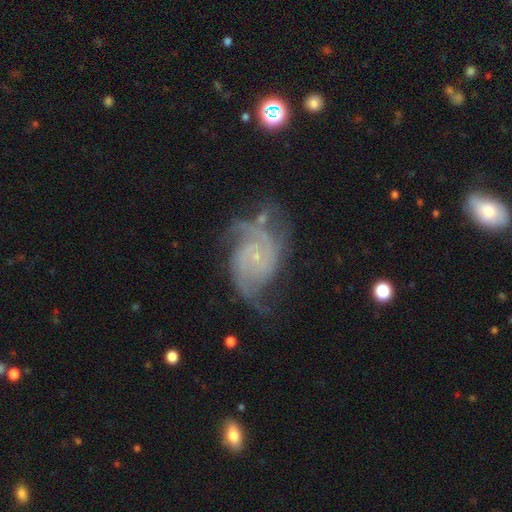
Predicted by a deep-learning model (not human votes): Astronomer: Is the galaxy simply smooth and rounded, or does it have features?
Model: featured or disk — 87%.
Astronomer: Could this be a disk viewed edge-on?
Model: no — 98%.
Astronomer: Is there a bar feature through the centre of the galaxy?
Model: no — 73%.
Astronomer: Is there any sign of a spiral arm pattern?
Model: yes — 96%.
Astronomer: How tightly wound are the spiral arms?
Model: medium — 45% (runner-up: tight, 37%).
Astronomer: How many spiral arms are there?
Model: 2 — 51%.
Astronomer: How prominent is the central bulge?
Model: small — 84%.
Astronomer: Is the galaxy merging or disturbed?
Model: none — 53%.